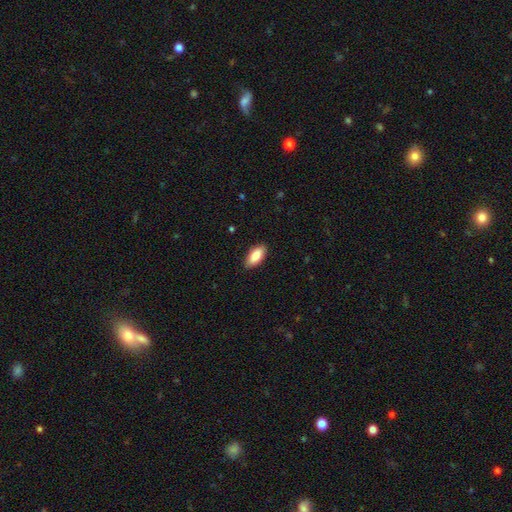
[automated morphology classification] The model was most divided on "smooth or featured": smooth: 86%, featured or disk: 9%, star or artifact: 6%. More confident: how rounded — in between (90%); merging — none (88%).